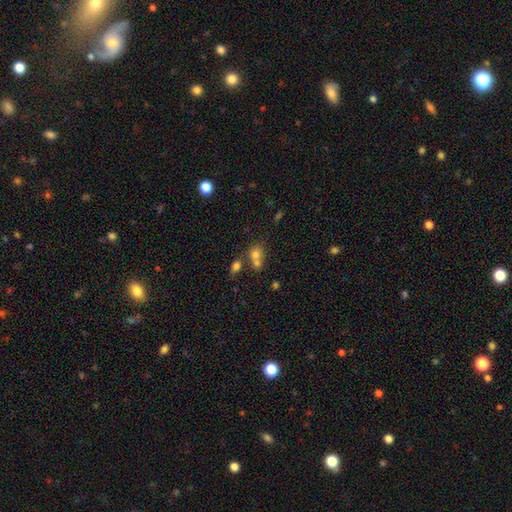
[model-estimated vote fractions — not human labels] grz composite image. It shows a smooth galaxy with no disk features (72%) that is round (63%). Merging: merger (54%).